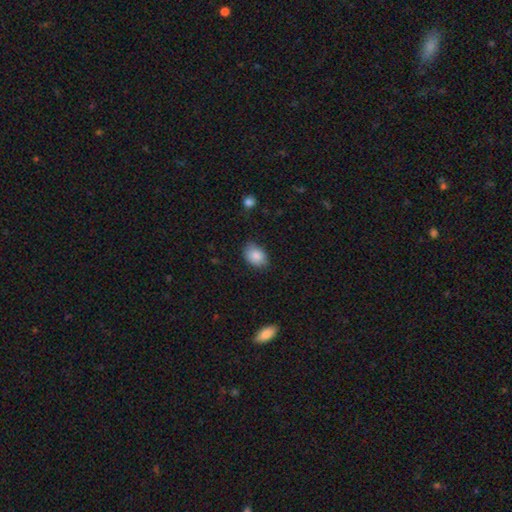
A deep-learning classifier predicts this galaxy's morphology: smooth_or_featured: smooth (p=0.87) [alt: star or artifact p=0.07]
how_rounded: in between (p=0.78) [alt: round p=0.21]
merging: none (p=0.76) [alt: minor disturbance p=0.19]